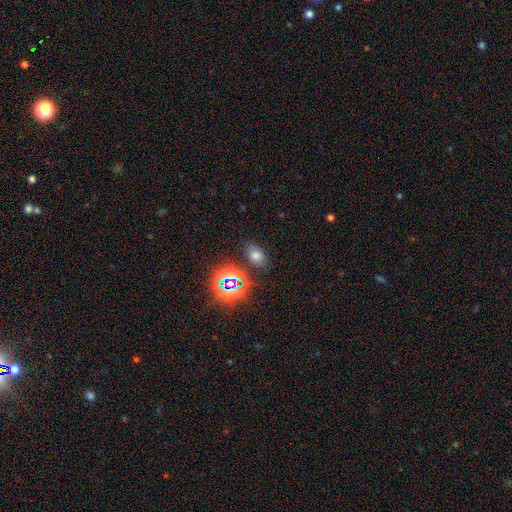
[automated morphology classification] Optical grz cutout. It shows a smooth galaxy with no disk features (64%) that is in between round and cigar-shaped (80%). Merging: none (81%).